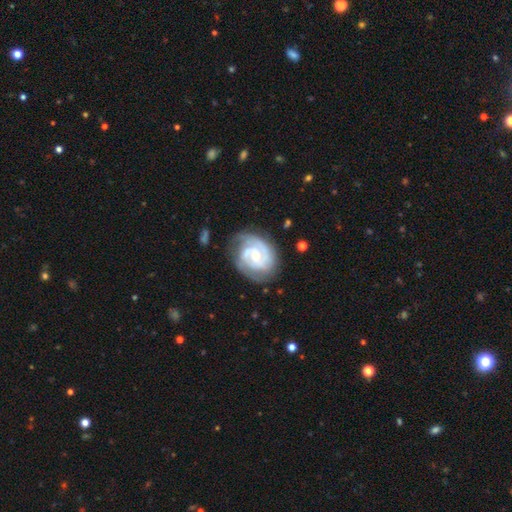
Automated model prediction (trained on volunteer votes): The model was most divided on "bulge size": small: 50%, moderate: 46%, large: 2%, none: 1%, dominant: 1%. More confident: edge-on disk — no (98%); spiral arms — yes (96%); smooth or featured — featured or disk (87%); merging — none (67%); spiral winding — tight (59%); spiral arm count — 2 (55%); bar — no (55%).